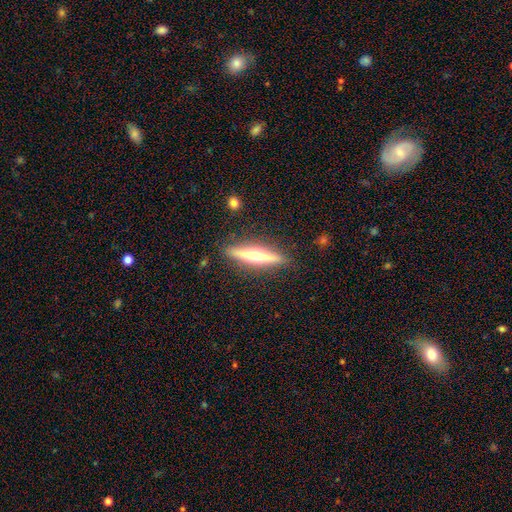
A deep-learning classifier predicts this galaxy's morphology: A featured or disk galaxy (62%) viewed edge-on (96%) with a rounded central bulge (85%). Merging: none (88%).